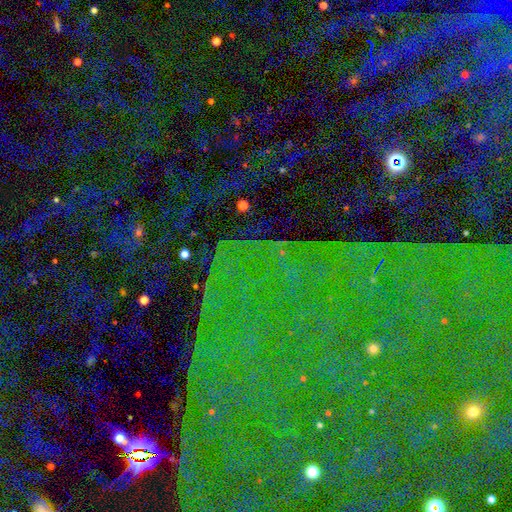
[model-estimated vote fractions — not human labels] The model was most divided on "smooth or featured": star or artifact: 85%, featured or disk: 8%, smooth: 7%.